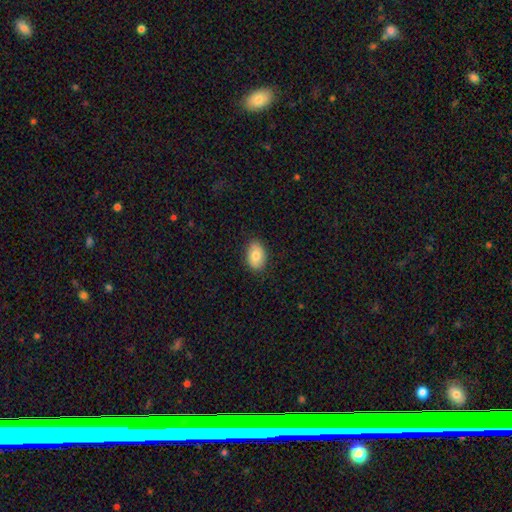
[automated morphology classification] A smooth galaxy with no disk features (81%) that is in between round and cigar-shaped (88%). Merging: none (85%).